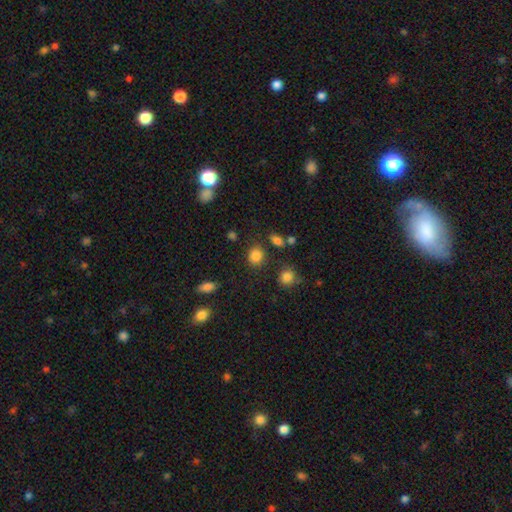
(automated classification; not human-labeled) Morphology: type=smooth (84%); roundness=round (63%); merging=none (81%).